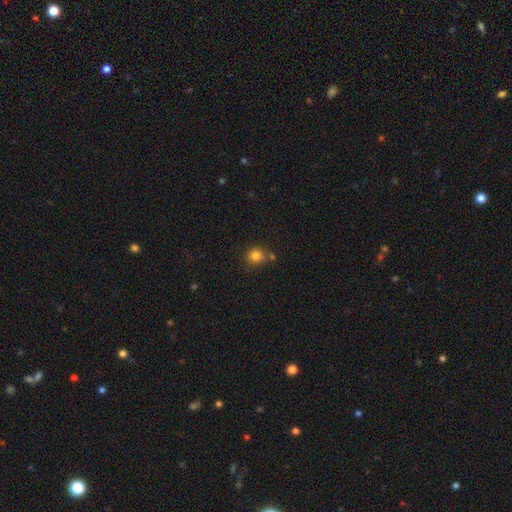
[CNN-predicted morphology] A smooth galaxy with no disk features (81%) that is round (87%).

Vote fractions:
- Smooth or featured? smooth: 81% / star or artifact: 12% / featured or disk: 7%
- How rounded? round: 87% / in between: 12% / cigar-shaped: 1%
- Merging? none: 68% / merger: 15% / minor disturbance: 14% / major disturbance: 4%